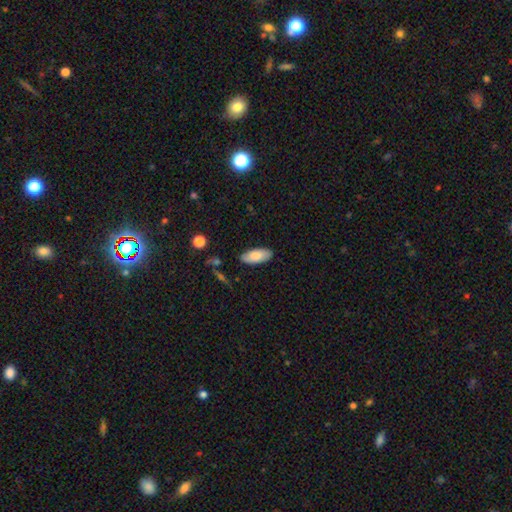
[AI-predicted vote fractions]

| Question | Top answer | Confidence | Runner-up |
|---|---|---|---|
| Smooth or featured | smooth | 84% | featured or disk (10%) |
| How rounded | in between | 86% | cigar-shaped (12%) |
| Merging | none | 86% | minor disturbance (11%) |